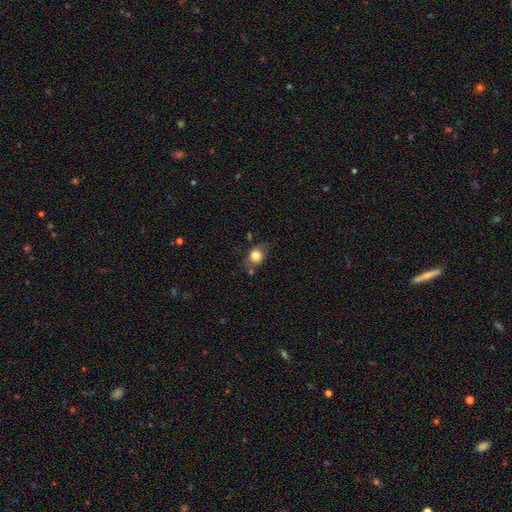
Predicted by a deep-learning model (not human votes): A smooth galaxy with no disk features (75%) that is in between round and cigar-shaped (52%).

Vote fractions:
- Smooth or featured? smooth: 75% / featured or disk: 16% / star or artifact: 9%
- How rounded? in between: 52% / round: 46% / cigar-shaped: 2%
- Merging? none: 59% / minor disturbance: 26% / major disturbance: 9% / merger: 6%